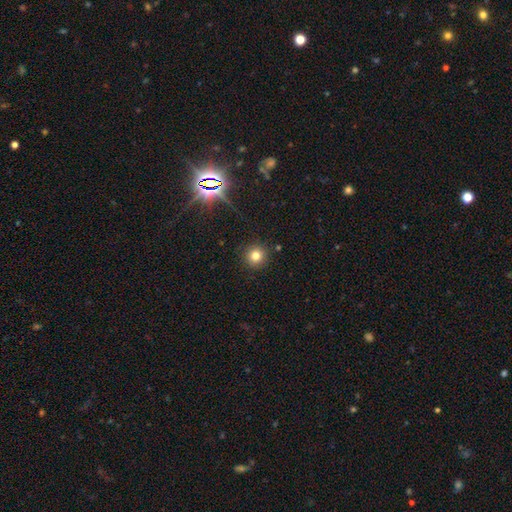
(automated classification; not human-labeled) smooth_or_featured: smooth (p=0.77) [alt: star or artifact p=0.16]
how_rounded: round (p=0.94) [alt: in between p=0.05]
merging: none (p=0.90) [alt: minor disturbance p=0.06]